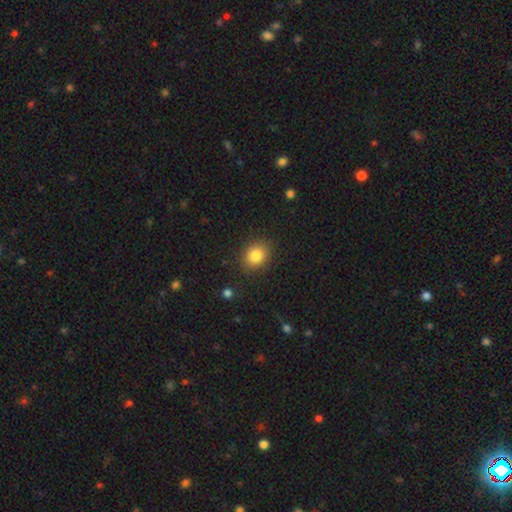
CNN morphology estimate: Smooth or featured: smooth — 83% (star or artifact — 10%)
How rounded: round — 57% (in between — 42%)
Merging: none — 87% (minor disturbance — 9%)